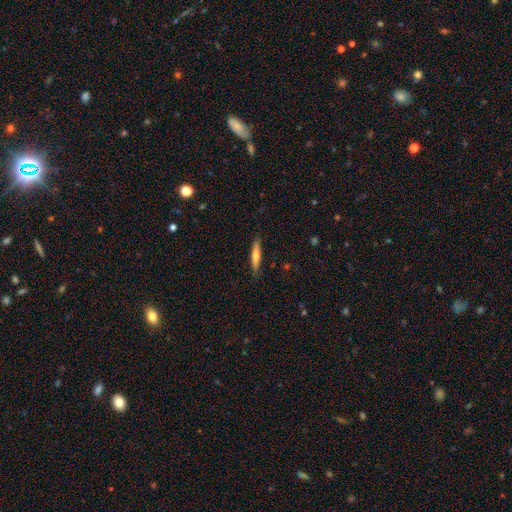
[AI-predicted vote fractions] This is possibly a smooth galaxy (58%). How rounded: clearly cigar-shaped (89%). Merging: clearly none (89%).